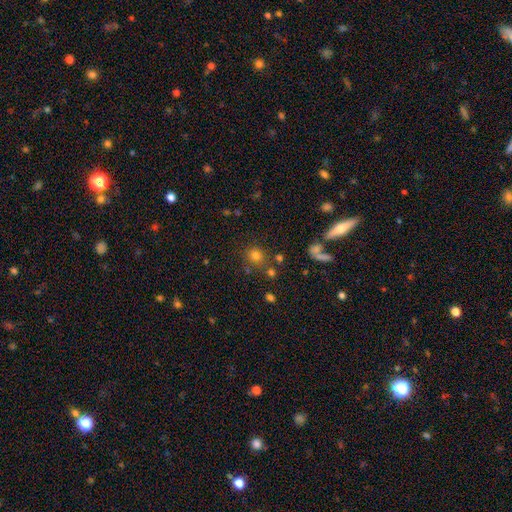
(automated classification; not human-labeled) A smooth galaxy with no disk features (75%) that is round (86%). Merging: none (75%).